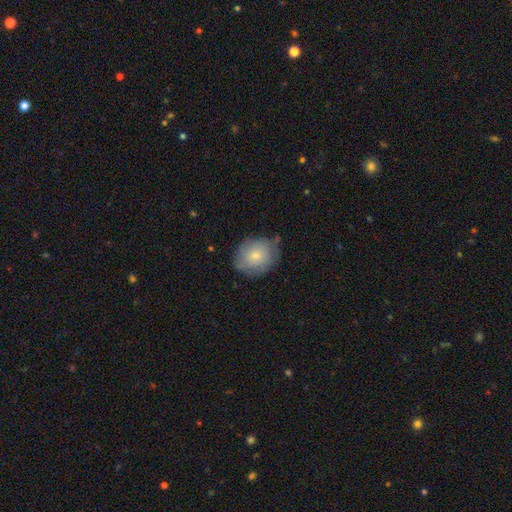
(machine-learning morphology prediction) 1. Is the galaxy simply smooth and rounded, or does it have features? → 74% smooth, 19% featured or disk, 7% star or artifact.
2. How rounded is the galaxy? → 61% round, 38% in between, 1% cigar-shaped.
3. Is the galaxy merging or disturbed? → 64% none, 28% minor disturbance, 6% major disturbance, 2% merger.